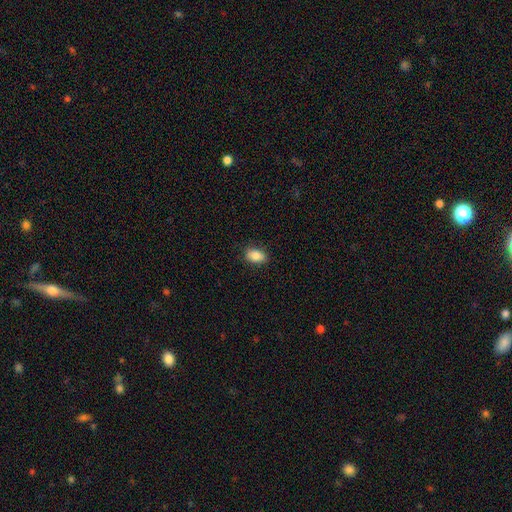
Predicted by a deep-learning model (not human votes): Smooth or featured: smooth — 84% (star or artifact — 8%)
How rounded: in between — 86% (round — 12%)
Merging: none — 86% (minor disturbance — 11%)